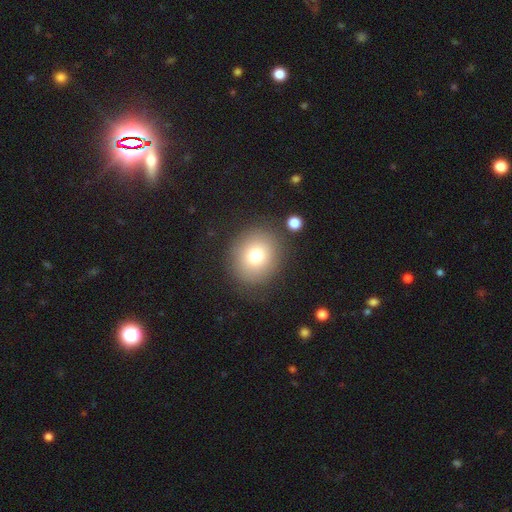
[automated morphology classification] This appears to be a smooth galaxy with no disk features (75%) that is round (81%). Merging: none (83%).